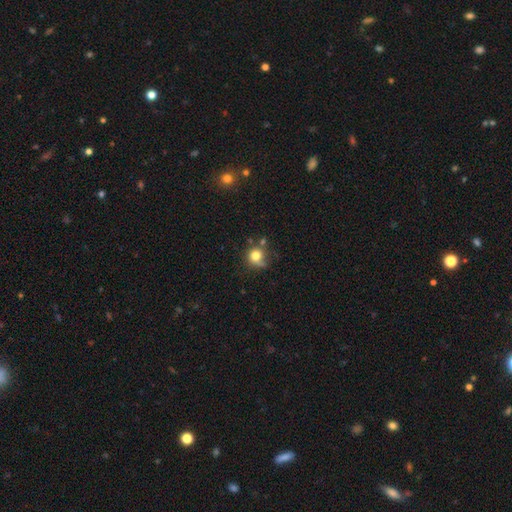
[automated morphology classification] Overall: smooth (78%). How rounded: round (86%). Merging: none (57%; minor disturbance 23%).